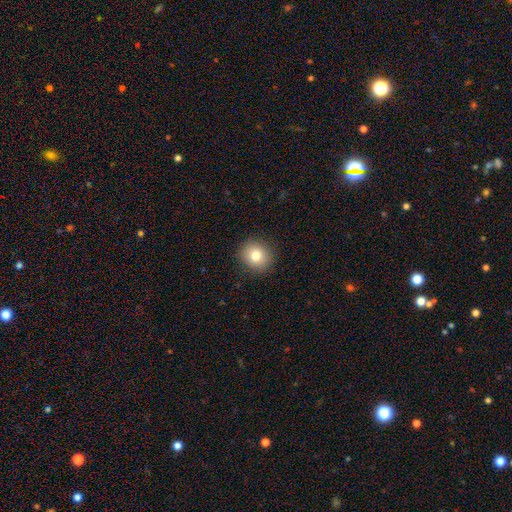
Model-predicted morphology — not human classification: smooth 80%, star or artifact 11%, featured or disk 10%. Down the decision tree: how rounded — round (84%); merging — none (90%).